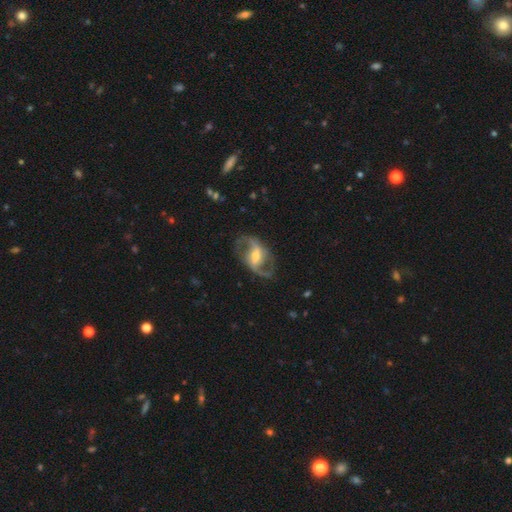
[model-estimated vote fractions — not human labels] This is clearly a featured or disk galaxy (86%). It is clearly not viewed edge-on (96%). Bar: marginally weak (44%). Spiral arm pattern: clearly yes (93%). Spiral arm count: clearly 2 (90%). Spiral winding: possibly medium (46%). Central bulge: possibly moderate (53%). Merging: likely none (76%).